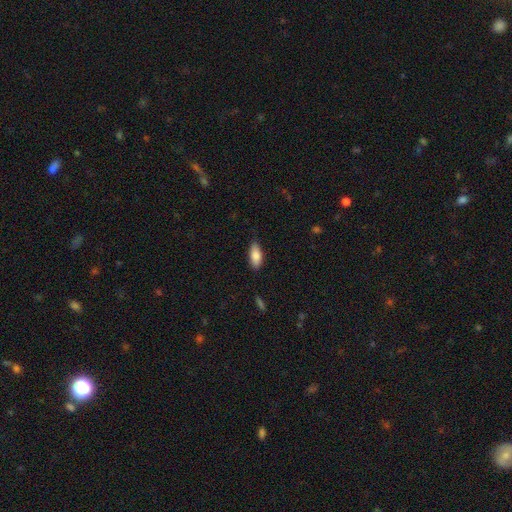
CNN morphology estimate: smooth 84%, featured or disk 9%, star or artifact 6%. Down the decision tree: how rounded — in between (84%); merging — none (82%).